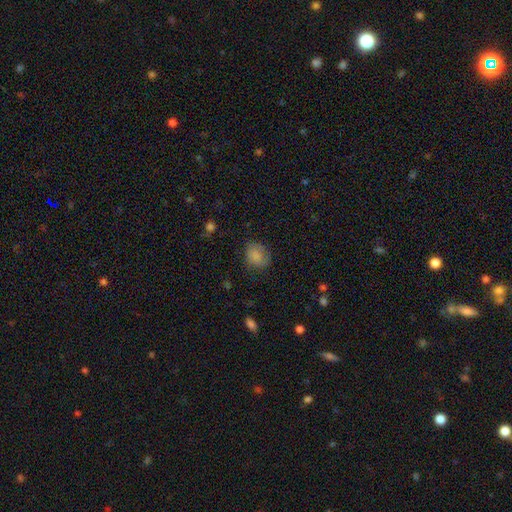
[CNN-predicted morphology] The model was most divided on "how rounded": round: 62%, in between: 37%, cigar-shaped: 1%. More confident: smooth or featured — smooth (82%); merging — none (69%).